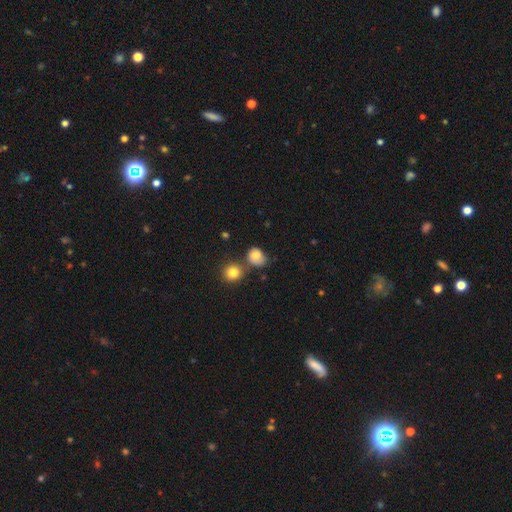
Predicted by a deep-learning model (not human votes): Smooth or featured?
  - smooth: 74% *
  - featured or disk: 16%
  - star or artifact: 10%
How rounded?
  - round: 54% *
  - in between: 45%
  - cigar-shaped: 1%
Merging?
  - none: 46% *
  - minor disturbance: 27%
  - merger: 16%
  - major disturbance: 11%